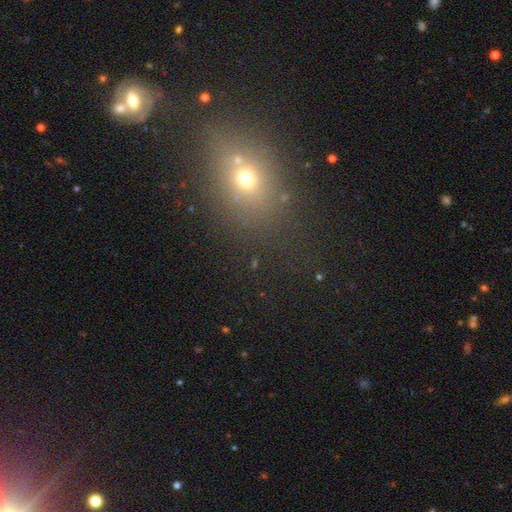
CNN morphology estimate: The model was most divided on "smooth or featured": star or artifact: 44%, smooth: 42%, featured or disk: 14%.